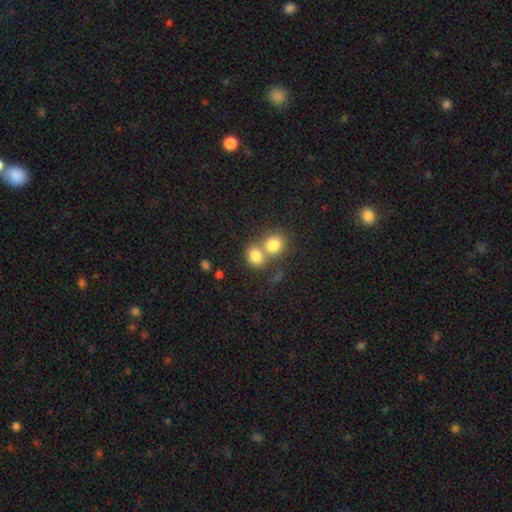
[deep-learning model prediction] Q: Smooth or featured?
A: smooth (79%); runner-up: featured or disk (11%)
Q: How rounded?
A: round (55%); runner-up: in between (44%)
Q: Merging?
A: merger (56%); runner-up: none (32%)